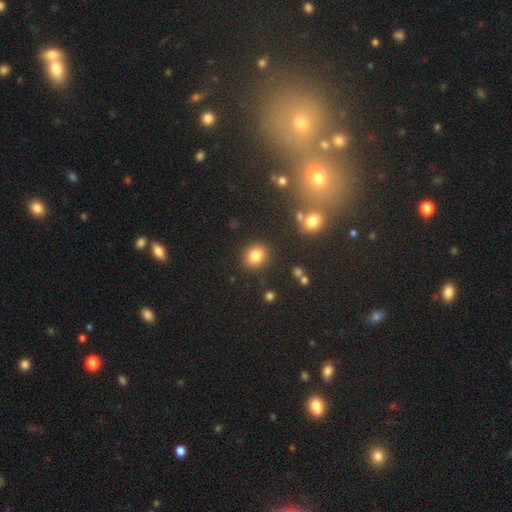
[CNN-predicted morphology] smooth_or_featured: smooth (p=0.82) [alt: star or artifact p=0.12]
how_rounded: round (p=0.64) [alt: in between p=0.35]
merging: none (p=0.86) [alt: minor disturbance p=0.08]